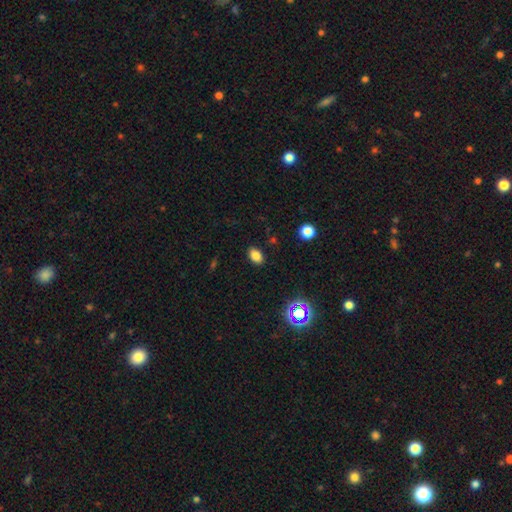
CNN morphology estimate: The model was most divided on "smooth or featured": smooth: 80%, star or artifact: 14%, featured or disk: 6%. More confident: merging — none (87%); how rounded — in between (85%).